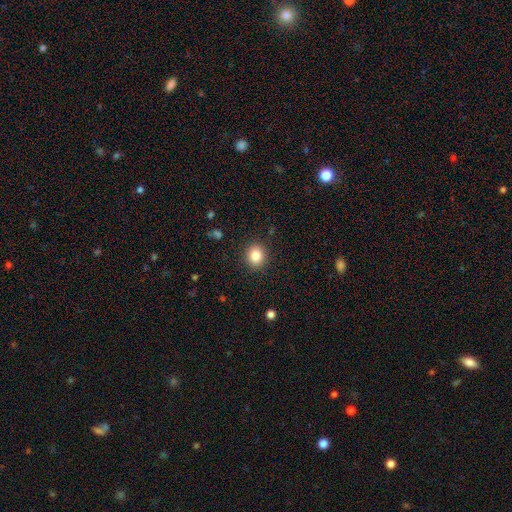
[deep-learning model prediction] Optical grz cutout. It shows a smooth galaxy with no disk features (84%) that is round (77%). Merging: none (89%).